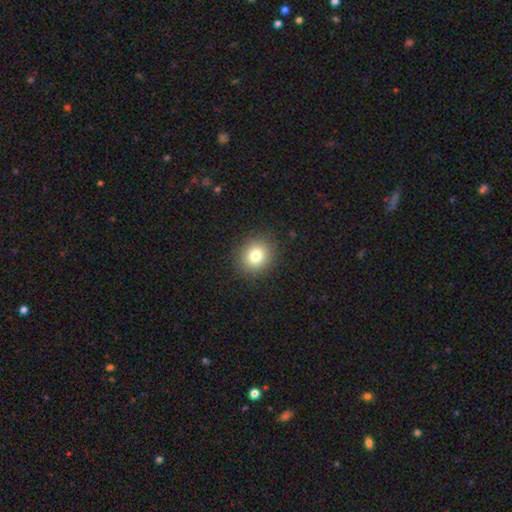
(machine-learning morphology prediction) Smooth or featured? smooth (79%)
How rounded? round (79%)
Merging? none (89%)